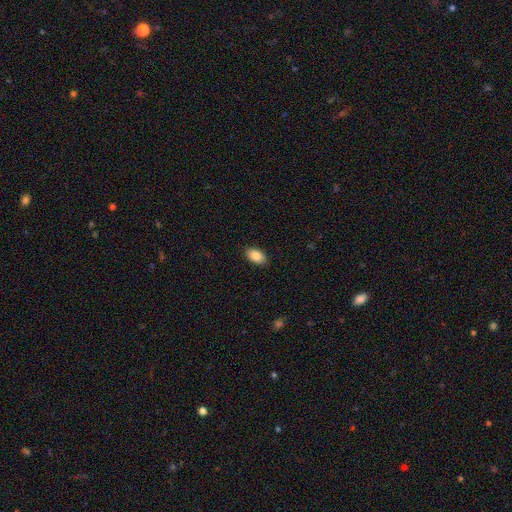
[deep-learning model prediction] This is clearly a smooth galaxy (86%). How rounded: clearly in between (92%). Merging: clearly none (89%).